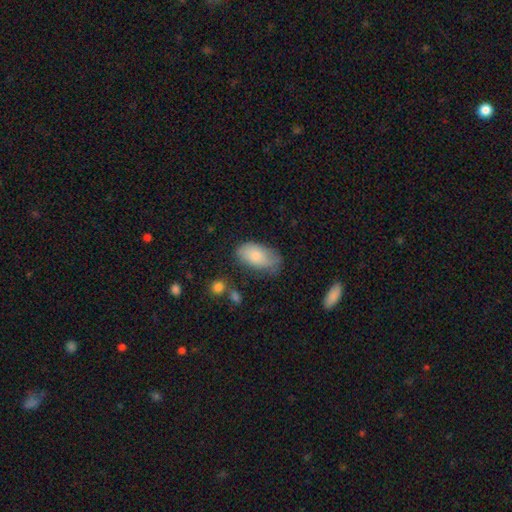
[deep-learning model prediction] Smooth or featured: smooth — 79% (featured or disk — 15%)
How rounded: in between — 94% (round — 4%)
Merging: none — 57% (minor disturbance — 31%)